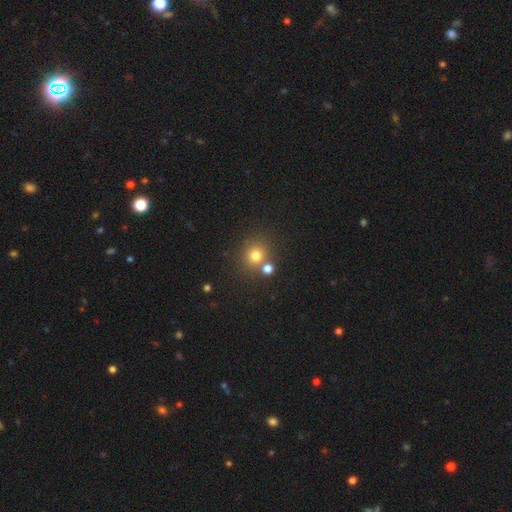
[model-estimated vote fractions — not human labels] A smooth galaxy with no disk features (76%) that is round (88%). Merging: none (70%).